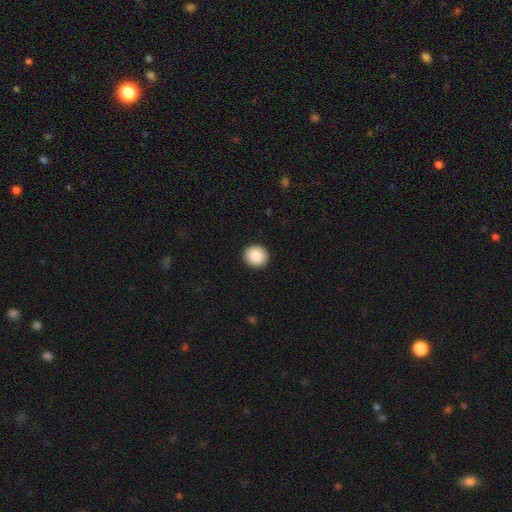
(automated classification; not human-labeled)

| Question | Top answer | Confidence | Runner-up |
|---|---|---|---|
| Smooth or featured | smooth | 88% | star or artifact (8%) |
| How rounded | round | 89% | in between (10%) |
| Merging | none | 93% | minor disturbance (5%) |